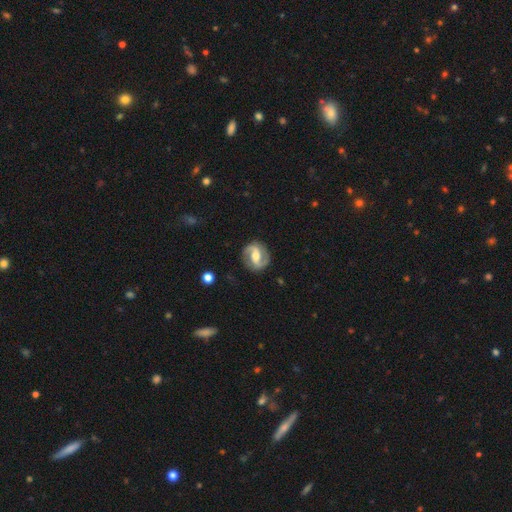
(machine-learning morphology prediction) smooth_or_featured: featured or disk (p=0.85) [alt: smooth p=0.10]
disk_edge_on: no (p=0.97) [alt: yes p=0.03]
bar: weak (p=0.40) [alt: strong p=0.38]
has_spiral_arms: yes (p=0.94) [alt: no p=0.06]
spiral_winding: medium (p=0.52) [alt: loose p=0.25]
spiral_arm_count: 2 (p=0.93) [alt: can't tell p=0.03]
bulge_size: moderate (p=0.66) [alt: small p=0.20]
merging: none (p=0.85) [alt: minor disturbance p=0.10]